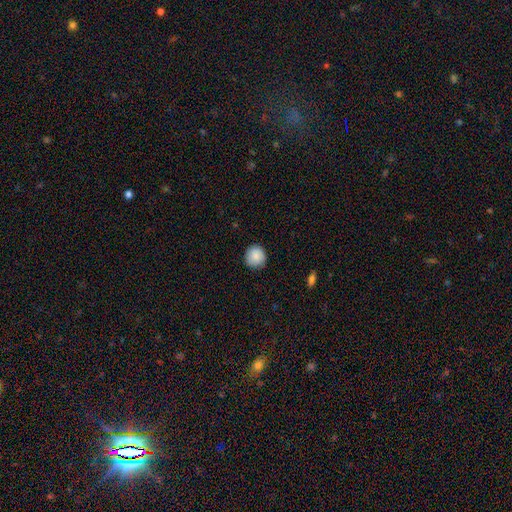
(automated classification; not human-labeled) Smooth or featured? smooth (87%)
How rounded? round (93%)
Merging? none (89%)